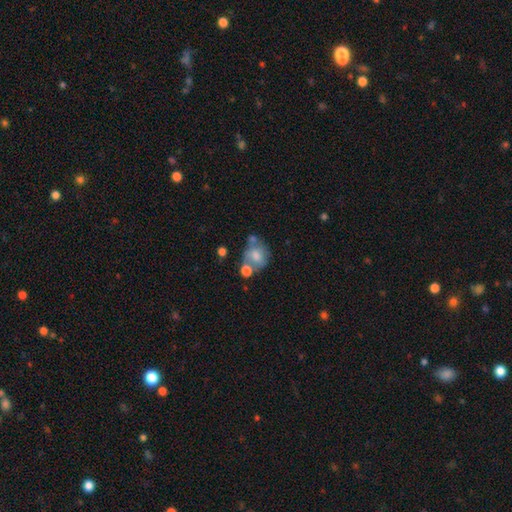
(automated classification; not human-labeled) This is likely a smooth galaxy (60%). How rounded: possibly round (53%). Merging: marginally none (36%).